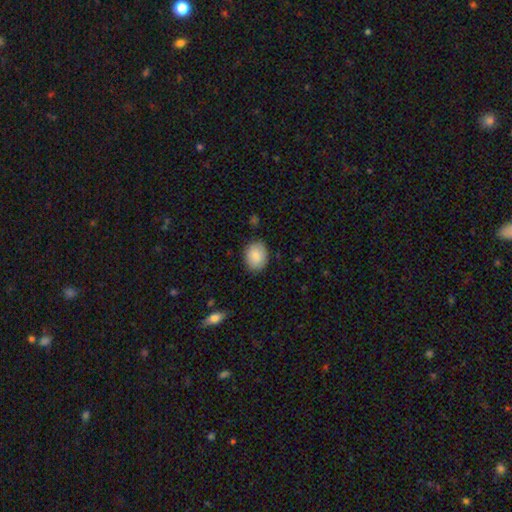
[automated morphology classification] Smooth or featured?
  - smooth: 85% *
  - featured or disk: 8%
  - star or artifact: 7%
How rounded?
  - in between: 58% *
  - round: 41%
  - cigar-shaped: 1%
Merging?
  - none: 82% *
  - minor disturbance: 14%
  - major disturbance: 3%
  - merger: 1%